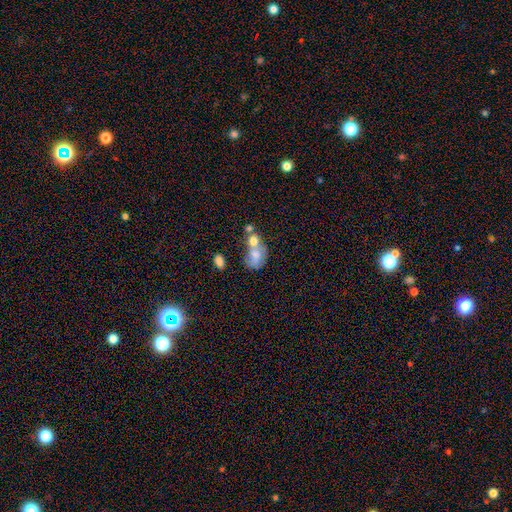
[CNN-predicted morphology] smooth-or-featured: smooth: 61% | featured or disk: 29% | star or artifact: 10%
  how-rounded: in between: 64% | round: 34% | cigar-shaped: 2%
  merging: merger: 57% | none: 19% | minor disturbance: 12% | major disturbance: 11%